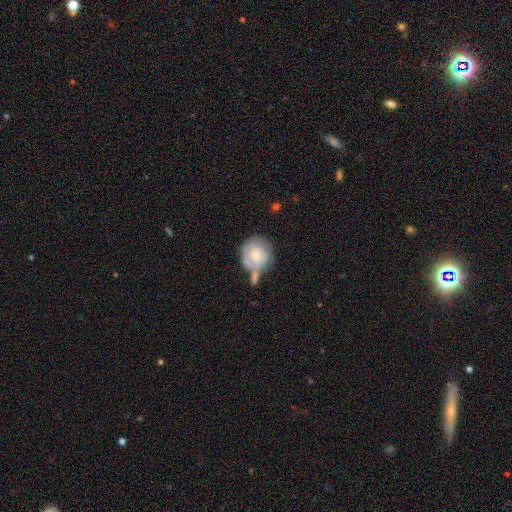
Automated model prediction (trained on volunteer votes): Overall: smooth (61%; featured or disk 33%). How rounded: round (84%). Merging: none (38%; merger 27%).